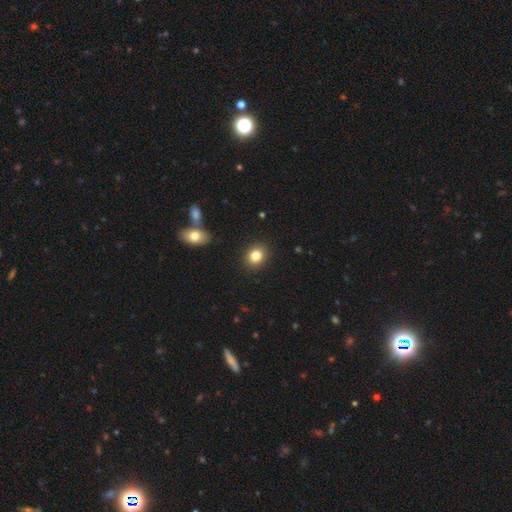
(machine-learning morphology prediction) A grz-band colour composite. It shows a smooth galaxy with no disk features (83%) that is round (69%). Merging: none (90%).